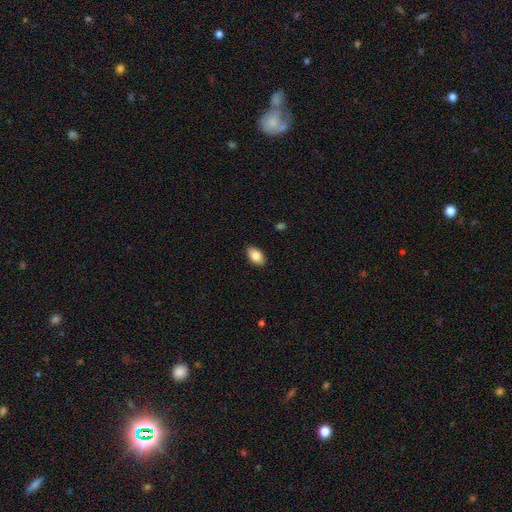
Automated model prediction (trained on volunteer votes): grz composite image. It shows a smooth galaxy with no disk features (84%) that is in between round and cigar-shaped (92%). Merging: none (88%).